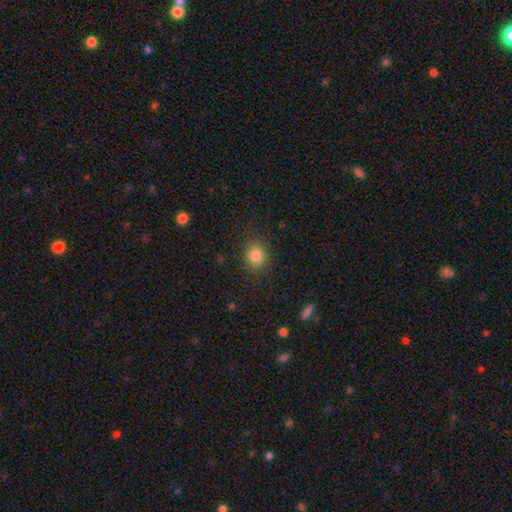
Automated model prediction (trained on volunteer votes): smooth-or-featured: smooth: 83% | star or artifact: 11% | featured or disk: 6%
  how-rounded: round: 56% | in between: 43% | cigar-shaped: 1%
  merging: none: 85% | minor disturbance: 10% | major disturbance: 3% | merger: 1%